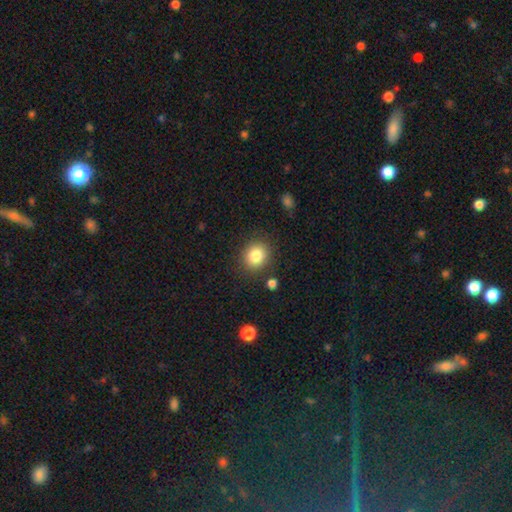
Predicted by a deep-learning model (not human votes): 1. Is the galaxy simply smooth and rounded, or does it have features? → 83% smooth, 10% star or artifact, 7% featured or disk.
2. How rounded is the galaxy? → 73% round, 26% in between, 1% cigar-shaped.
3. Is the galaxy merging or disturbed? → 85% none, 9% minor disturbance, 3% major disturbance, 3% merger.